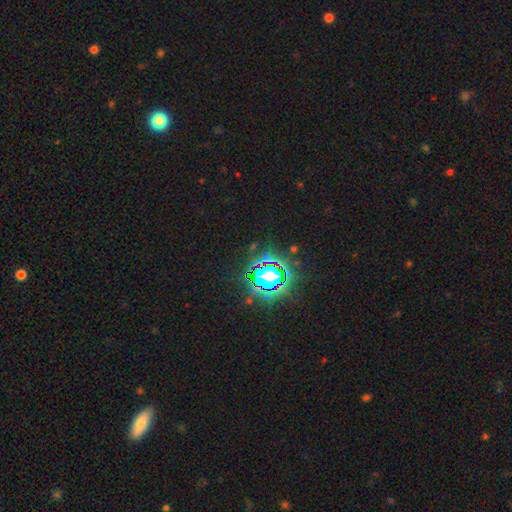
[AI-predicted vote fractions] A star or artifact, not a galaxy (82%).